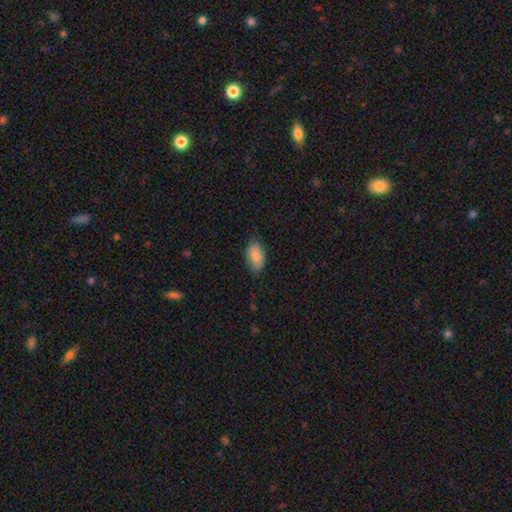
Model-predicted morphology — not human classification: type=smooth (86%); roundness=in between (94%); merging=none (79%).